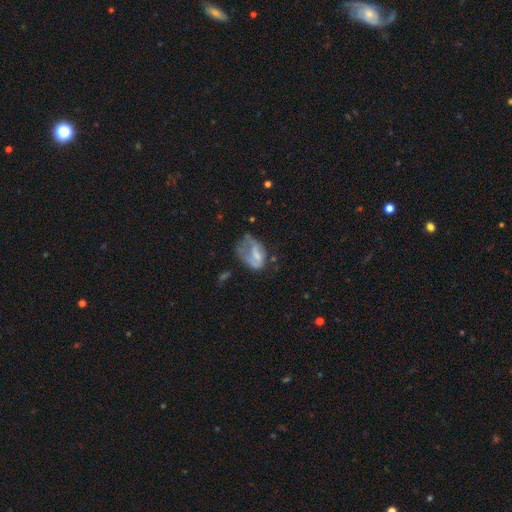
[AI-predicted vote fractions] Smooth or featured: smooth — 47% (featured or disk — 44%)
Merging: major disturbance — 46% (minor disturbance — 26%)